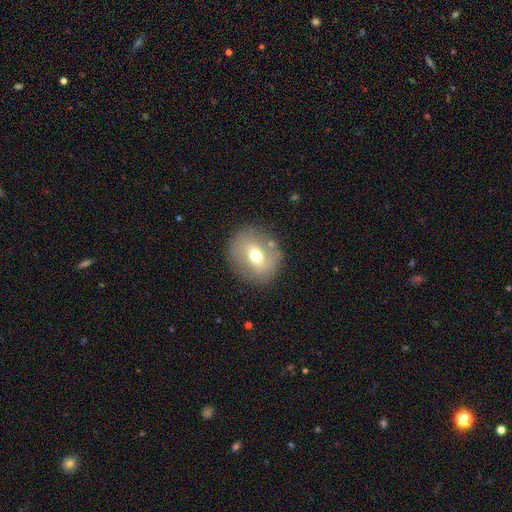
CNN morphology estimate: Smooth or featured: smooth — 54% (featured or disk — 36%)
How rounded: round — 75% (in between — 23%)
Merging: none — 82% (minor disturbance — 11%)